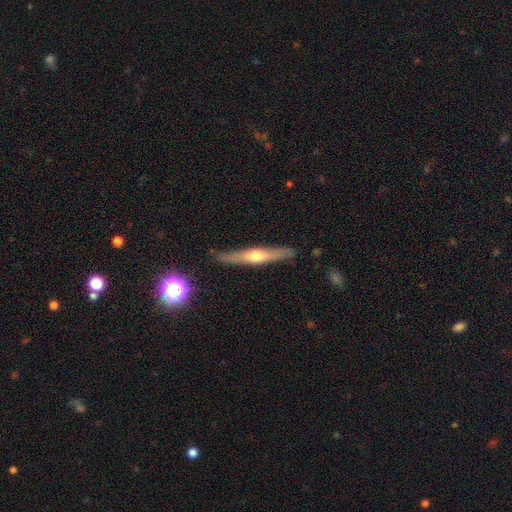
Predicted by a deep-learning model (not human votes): Morphology: type=featured or disk (64%); edge-on=yes (94%); edge-on bulge=rounded (88%); merging=none (84%).